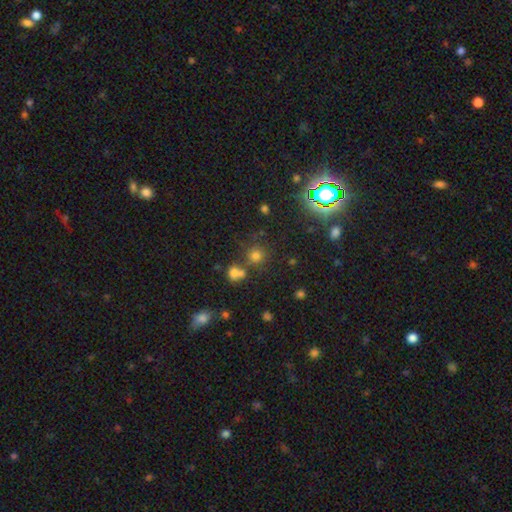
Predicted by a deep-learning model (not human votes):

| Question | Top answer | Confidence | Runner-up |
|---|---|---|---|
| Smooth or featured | smooth | 70% | star or artifact (22%) |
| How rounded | round | 90% | in between (9%) |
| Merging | none | 67% | merger (20%) |